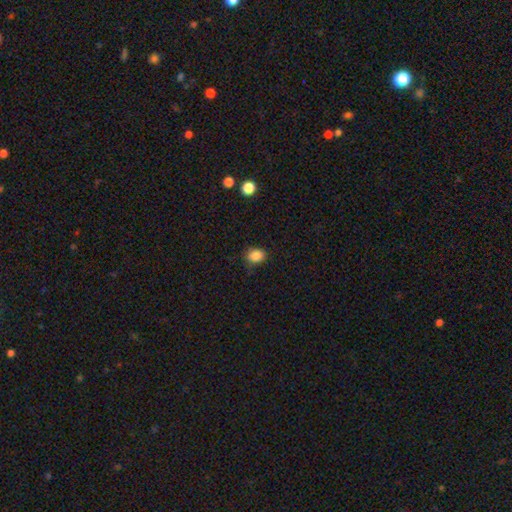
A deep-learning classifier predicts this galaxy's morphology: Smooth or featured? smooth (86%)
How rounded? in between (59%)
Merging? none (78%)